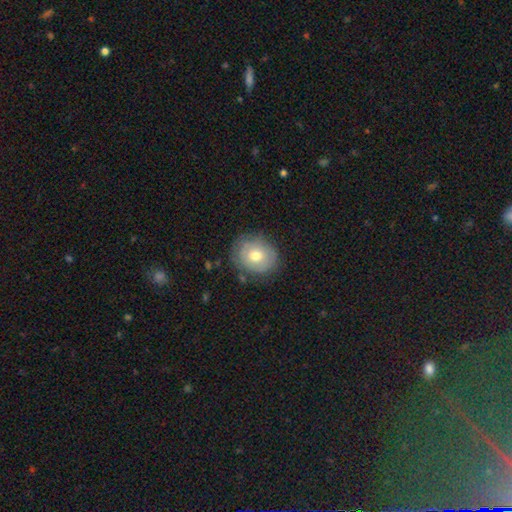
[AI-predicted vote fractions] smooth-or-featured: smooth: 64% | featured or disk: 27% | star or artifact: 8%
  how-rounded: round: 75% | in between: 24% | cigar-shaped: 1%
  merging: none: 76% | minor disturbance: 18% | major disturbance: 5% | merger: 2%